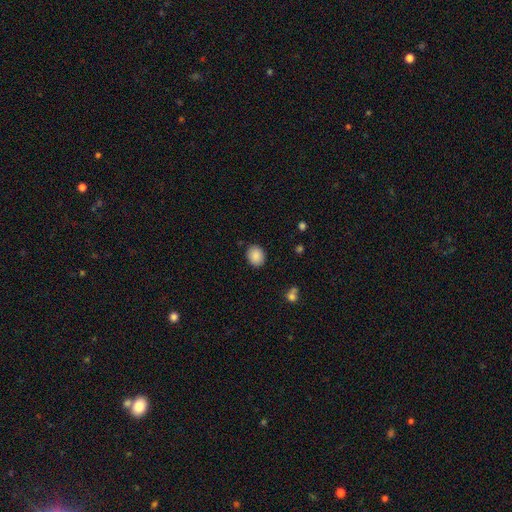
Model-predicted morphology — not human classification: smooth 89%, star or artifact 8%, featured or disk 4%. Down the decision tree: how rounded — round (58%); merging — none (87%).